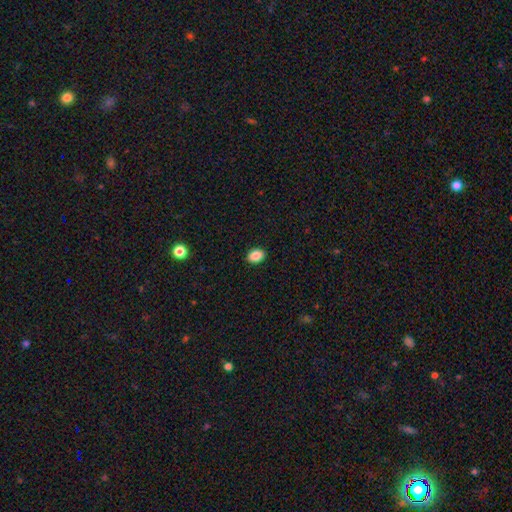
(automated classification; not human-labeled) smooth-or-featured: smooth: 88% | star or artifact: 8% | featured or disk: 3%
  how-rounded: in between: 74% | round: 25% | cigar-shaped: 1%
  merging: none: 91% | minor disturbance: 6% | major disturbance: 2% | merger: 1%